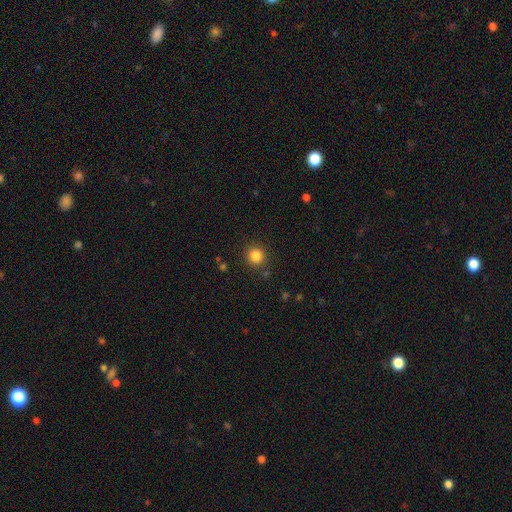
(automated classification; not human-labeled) smooth-or-featured: smooth: 84% | star or artifact: 12% | featured or disk: 4%
  how-rounded: round: 92% | in between: 7% | cigar-shaped: 1%
  merging: none: 89% | minor disturbance: 7% | major disturbance: 3% | merger: 2%